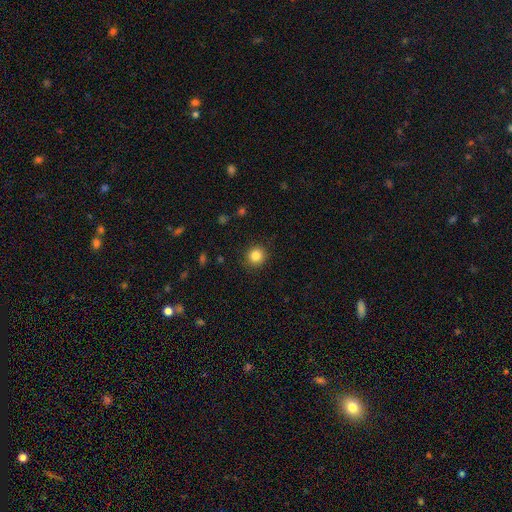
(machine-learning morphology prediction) Overall: smooth (85%). How rounded: round (93%). Merging: none (90%).